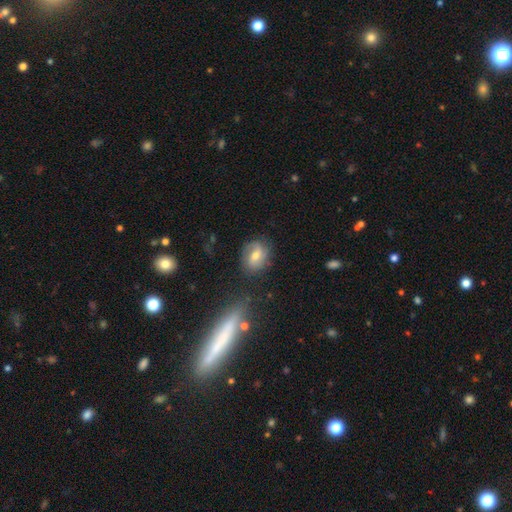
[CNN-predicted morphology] Smooth or featured?
  - featured or disk: 54% *
  - smooth: 36%
  - star or artifact: 9%
Edge-on disk?
  - no: 95% *
  - yes: 5%
Bar?
  - weak: 46% *
  - no: 37%
  - strong: 16%
Spiral arms?
  - yes: 83% *
  - no: 17%
Bulge size?
  - moderate: 64% *
  - small: 29%
  - large: 4%
  - none: 2%
  - dominant: 1%
Merging?
  - none: 74% *
  - minor disturbance: 17%
  - major disturbance: 6%
  - merger: 3%